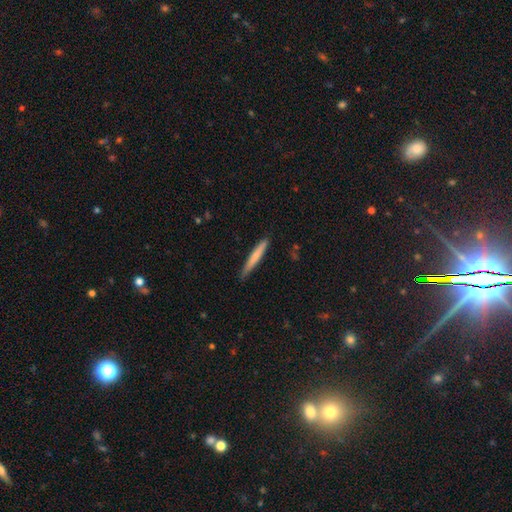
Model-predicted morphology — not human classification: The model was most divided on "smooth or featured": smooth: 71%, featured or disk: 23%, star or artifact: 5%. More confident: how rounded — cigar-shaped (96%); merging — none (85%).